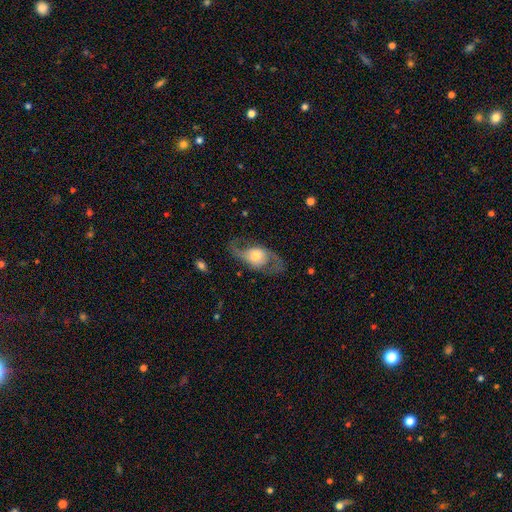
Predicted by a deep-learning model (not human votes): This is likely a featured or disk galaxy (74%). It is clearly not viewed edge-on (92%). Bar: likely no (64%). Spiral arm pattern: clearly yes (86%). Spiral arm count: clearly 2 (90%). Spiral winding: possibly loose (55%). Central bulge: possibly moderate (50%). Merging: likely none (69%).